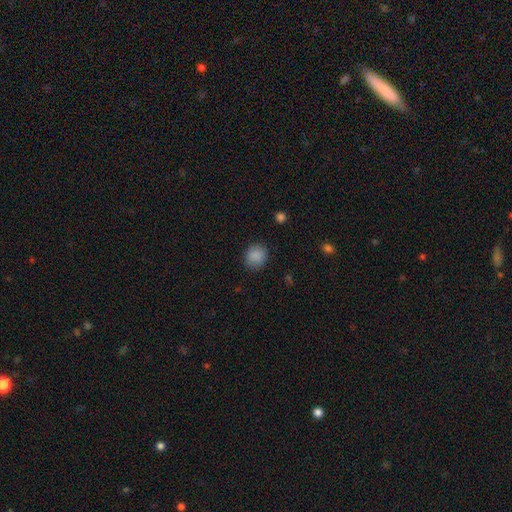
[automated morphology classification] Q: Smooth or featured?
A: smooth (87%); runner-up: star or artifact (9%)
Q: How rounded?
A: round (76%); runner-up: in between (23%)
Q: Merging?
A: none (85%); runner-up: minor disturbance (11%)